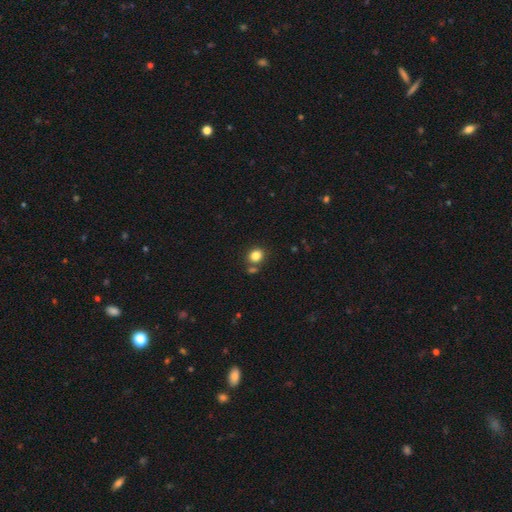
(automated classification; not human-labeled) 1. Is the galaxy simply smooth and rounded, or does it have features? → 82% smooth, 12% star or artifact, 6% featured or disk.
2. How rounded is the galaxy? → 68% round, 32% in between, 1% cigar-shaped.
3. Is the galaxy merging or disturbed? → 72% none, 15% merger, 10% minor disturbance, 3% major disturbance.